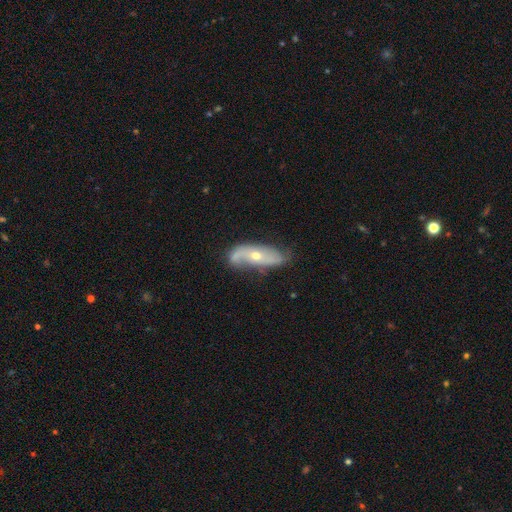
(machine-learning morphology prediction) Overall: featured or disk (68%). Edge-on disk: no (81%). Bar: no (69%). Spiral arms: yes (76%). Bulge size: moderate (50%; small 46%). Merging: none (54%; minor disturbance 29%).